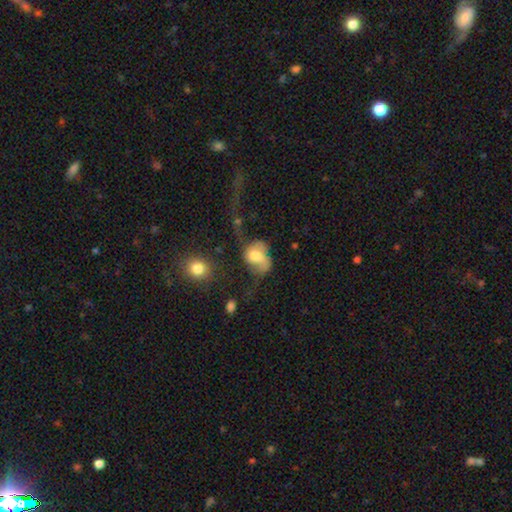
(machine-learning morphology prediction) A smooth galaxy with no disk features (53%) that is in between round and cigar-shaped (62%). Merging: major disturbance (45%).